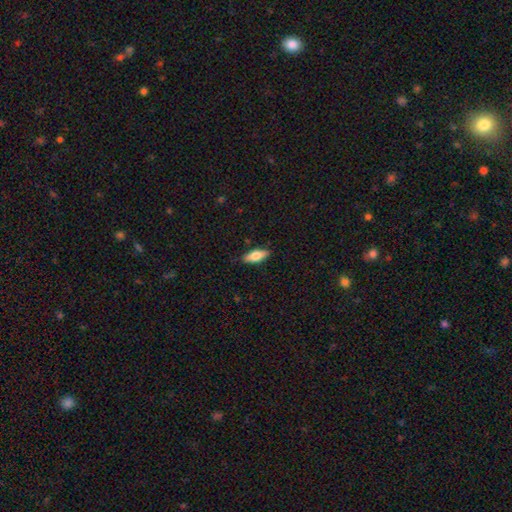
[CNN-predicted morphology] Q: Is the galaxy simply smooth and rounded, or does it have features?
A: smooth — 72%.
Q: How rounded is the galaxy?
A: in between — 73%.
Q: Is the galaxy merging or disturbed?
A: none — 86%.